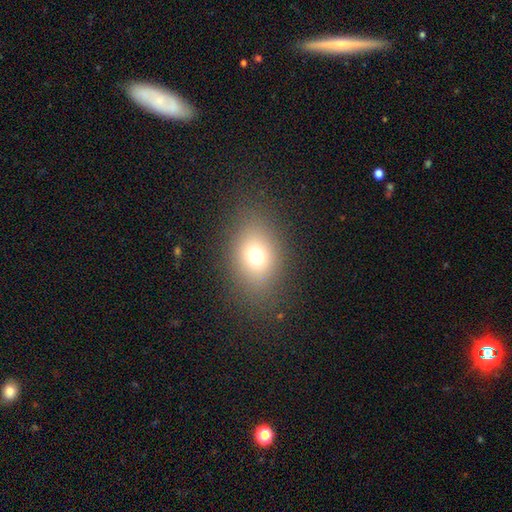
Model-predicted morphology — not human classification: A smooth galaxy with no disk features (70%) that is in between round and cigar-shaped (65%). Merging: none (83%).